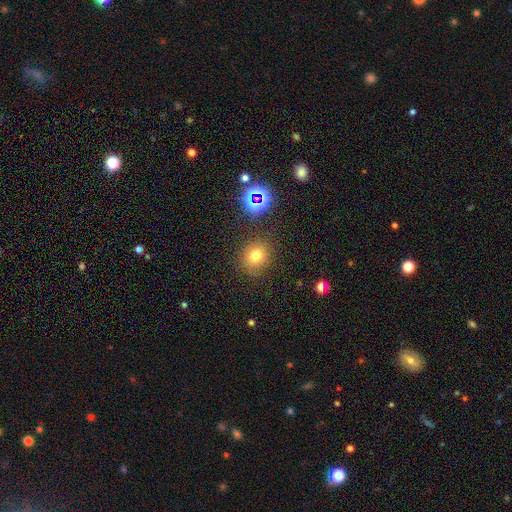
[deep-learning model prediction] Q: Smooth or featured?
A: smooth (72%); runner-up: star or artifact (20%)
Q: How rounded?
A: round (76%); runner-up: in between (23%)
Q: Merging?
A: none (81%); runner-up: minor disturbance (11%)